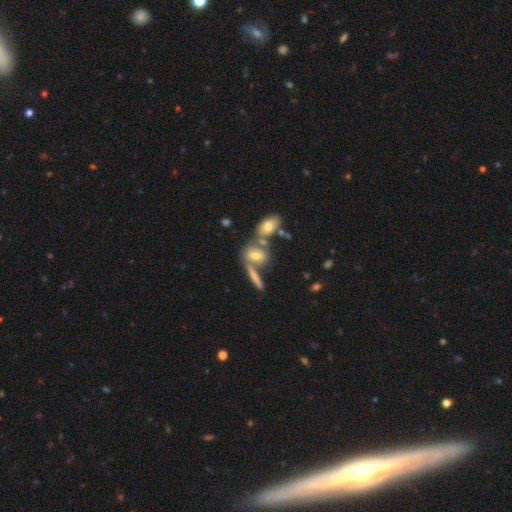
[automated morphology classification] Q: Smooth or featured?
A: featured or disk (43%); runner-up: smooth (42%)
Q: Merging?
A: merger (43%); runner-up: none (41%)